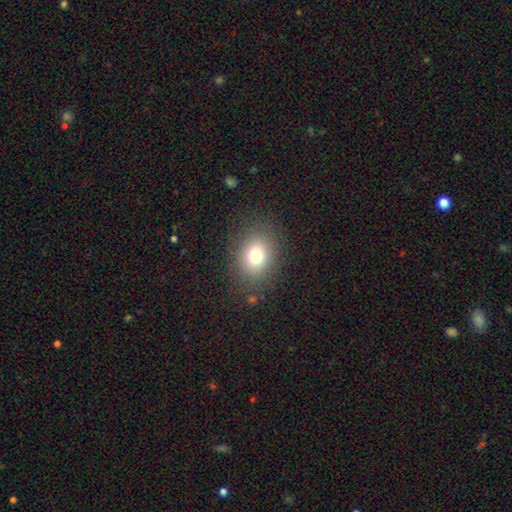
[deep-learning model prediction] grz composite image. It shows a smooth galaxy with no disk features (76%) that is in between round and cigar-shaped (51%). Merging: none (84%).